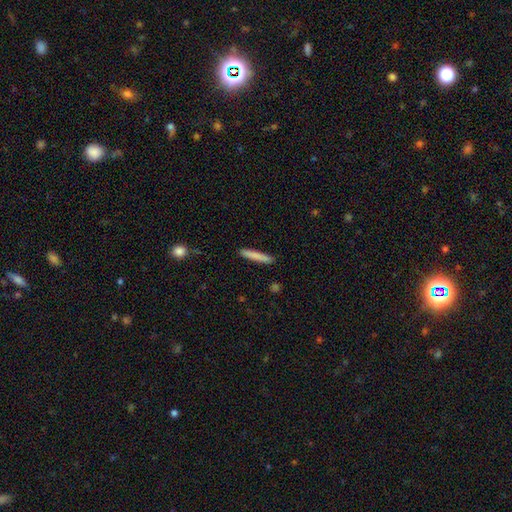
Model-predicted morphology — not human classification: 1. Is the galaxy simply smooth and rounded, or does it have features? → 82% smooth, 11% featured or disk, 6% star or artifact.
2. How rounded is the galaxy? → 94% cigar-shaped, 5% in between, 1% round.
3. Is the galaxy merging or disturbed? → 90% none, 7% minor disturbance, 2% major disturbance, 1% merger.